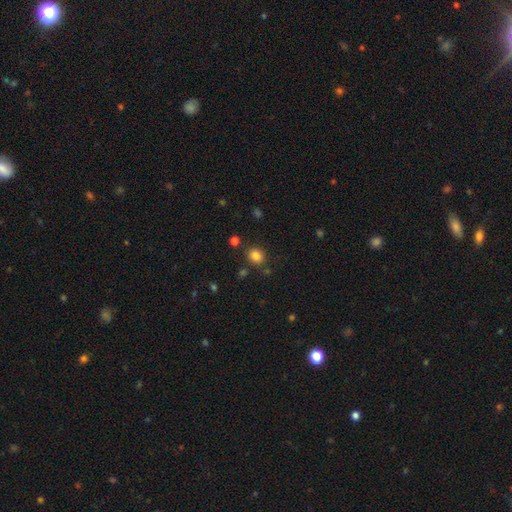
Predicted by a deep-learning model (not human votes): This is clearly a smooth galaxy (82%). How rounded: likely round (70%). Merging: clearly none (82%).